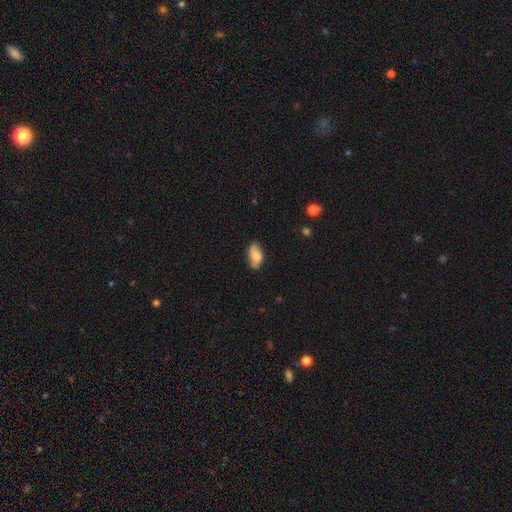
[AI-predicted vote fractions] A smooth galaxy with no disk features (76%) that is in between round and cigar-shaped (91%). Merging: none (68%).